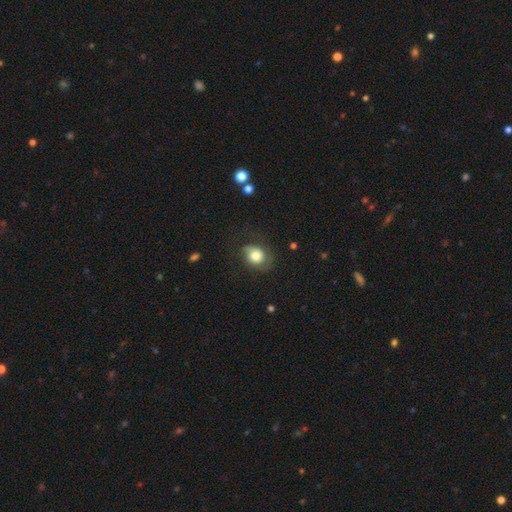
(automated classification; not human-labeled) This is likely a smooth galaxy (69%). How rounded: possibly round (54%). Merging: possibly none (57%).